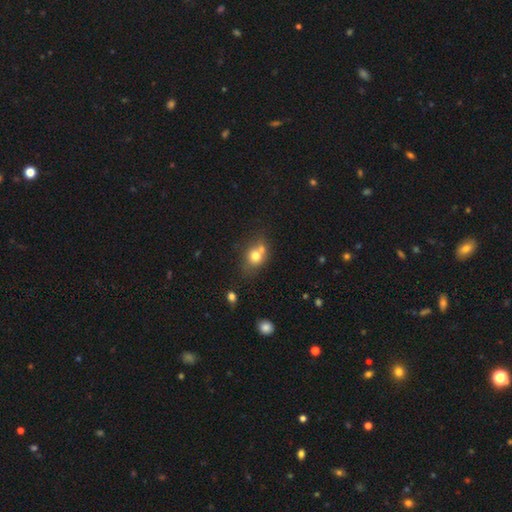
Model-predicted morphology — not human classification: smooth-or-featured: smooth: 72% | featured or disk: 16% | star or artifact: 12%
  how-rounded: round: 60% | in between: 38% | cigar-shaped: 1%
  merging: none: 43% | merger: 39% | minor disturbance: 13% | major disturbance: 5%